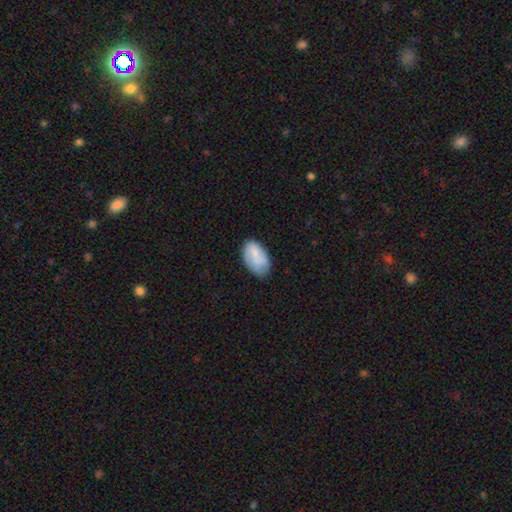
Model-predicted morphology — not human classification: Overall: smooth (74%). How rounded: in between (93%). Merging: none (61%; minor disturbance 30%).